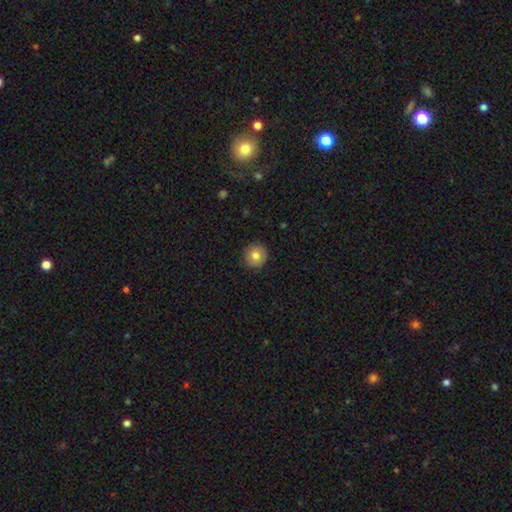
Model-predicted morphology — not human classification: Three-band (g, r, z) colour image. It shows a smooth galaxy with no disk features (80%) that is round (94%). Merging: none (91%).